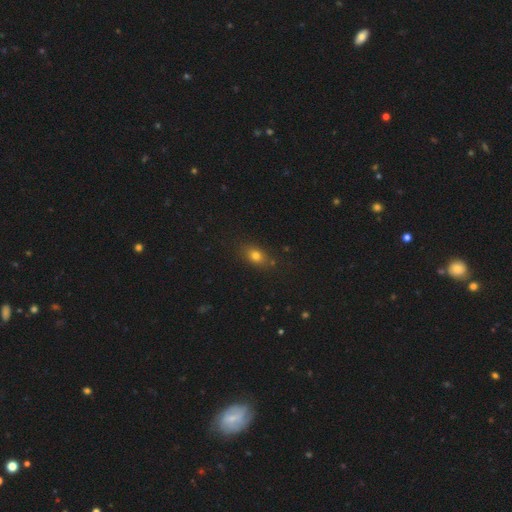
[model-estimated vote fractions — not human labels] The model was most divided on "how rounded": in between: 72%, round: 24%, cigar-shaped: 4%. More confident: merging — none (81%); smooth or featured — smooth (75%).